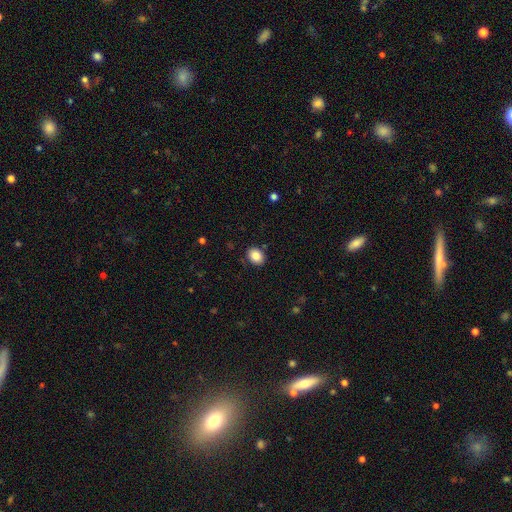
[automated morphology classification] smooth 86%, star or artifact 9%, featured or disk 5%. Down the decision tree: how rounded — in between (62%); merging — none (87%).